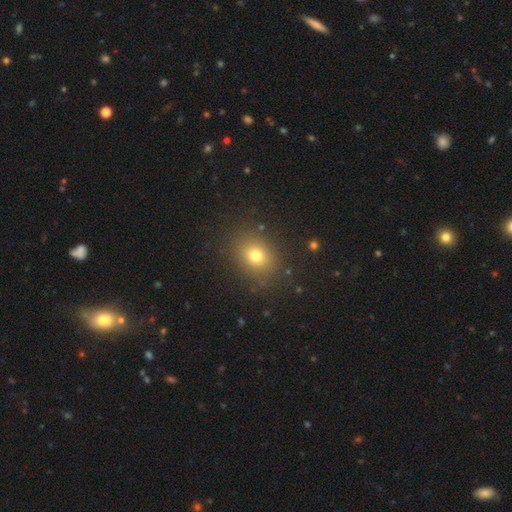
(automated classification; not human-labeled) Morphology: type=smooth (74%); roundness=round (55%); merging=none (85%).